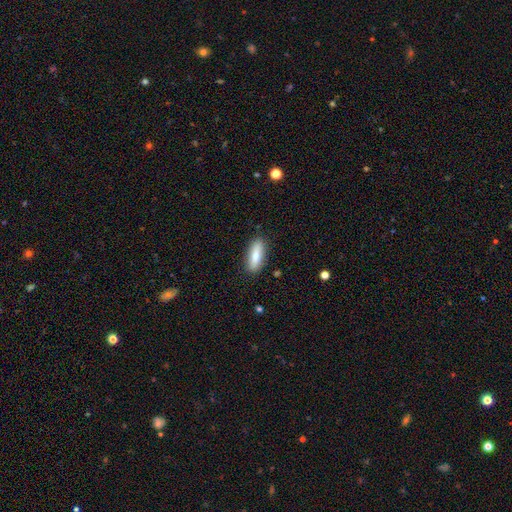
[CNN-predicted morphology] Overall: smooth (76%). How rounded: in between (60%; cigar-shaped 38%). Merging: none (87%).